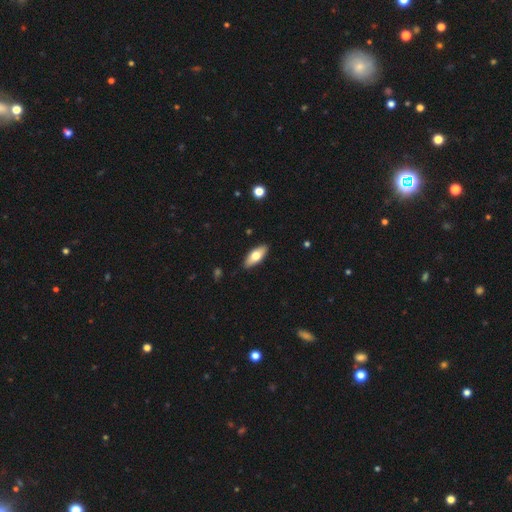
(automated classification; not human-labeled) The model was most divided on "smooth or featured": smooth: 68%, featured or disk: 26%, star or artifact: 6%. More confident: merging — none (88%); how rounded — in between (77%).